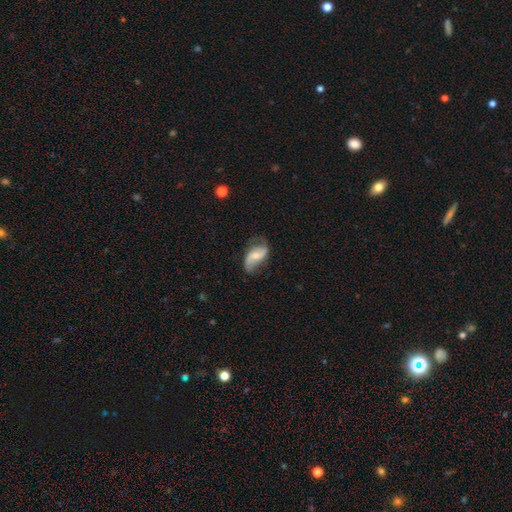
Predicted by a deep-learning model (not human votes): Smooth or featured?
  - featured or disk: 72% *
  - smooth: 22%
  - star or artifact: 6%
Edge-on disk?
  - no: 95% *
  - yes: 5%
Bar?
  - weak: 40% *
  - no: 36%
  - strong: 24%
Spiral arms?
  - yes: 91% *
  - no: 9%
Spiral winding?
  - loose: 67% *
  - medium: 25%
  - tight: 8%
Spiral arm count?
  - 2: 88% *
  - can't tell: 5%
  - 1: 4%
  - 3: 1%
  - 4: 1%
  - more than 4: 1%
Bulge size?
  - small: 49% *
  - moderate: 43%
  - none: 5%
  - large: 3%
  - dominant: 1%
Merging?
  - none: 61% *
  - minor disturbance: 25%
  - major disturbance: 12%
  - merger: 2%